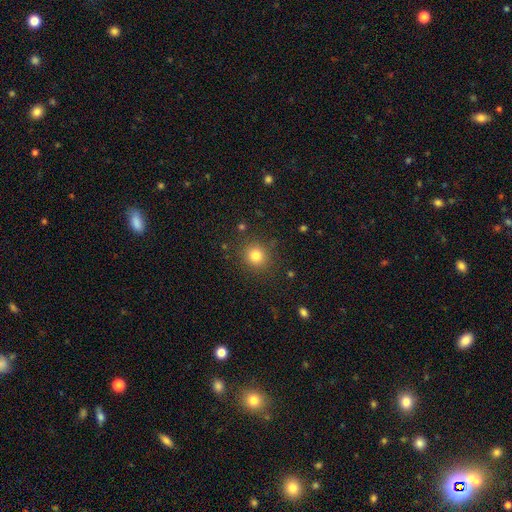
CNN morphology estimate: smooth_or_featured: smooth (p=0.80) [alt: star or artifact p=0.13]
how_rounded: round (p=0.89) [alt: in between p=0.10]
merging: none (p=0.87) [alt: minor disturbance p=0.08]